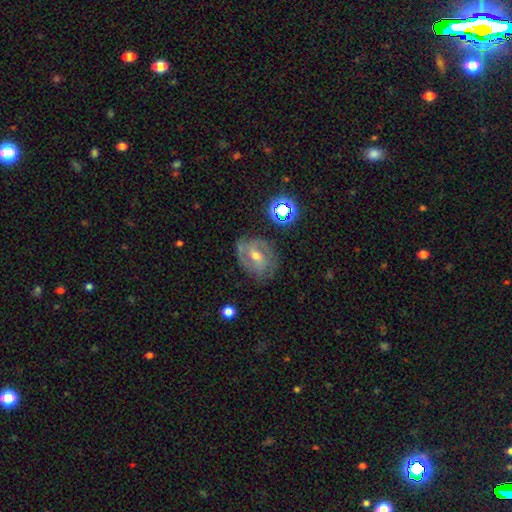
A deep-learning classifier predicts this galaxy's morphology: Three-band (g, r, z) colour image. It shows a featured or disk galaxy (78%) with a weak bar (48%), 2 (63%) tight (49%) spiral arms (93%) and a moderate central bulge (63%). Merging: none (74%).